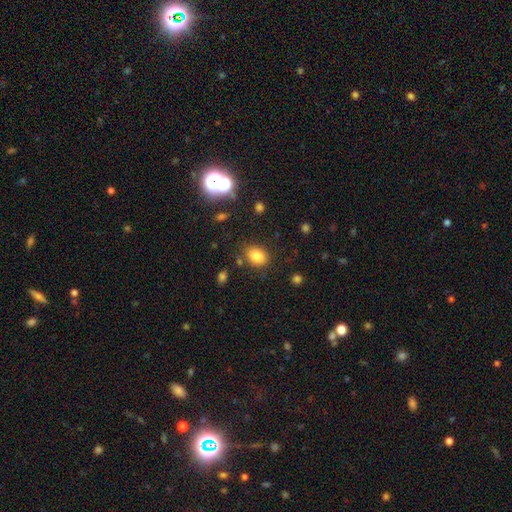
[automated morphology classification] smooth 82%, star or artifact 12%, featured or disk 6%. Down the decision tree: how rounded — in between (69%); merging — none (81%).